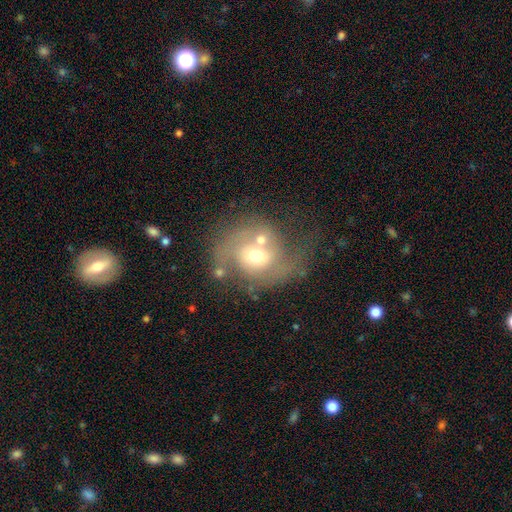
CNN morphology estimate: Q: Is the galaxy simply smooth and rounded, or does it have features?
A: featured or disk — 67%.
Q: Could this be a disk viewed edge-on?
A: no — 97%.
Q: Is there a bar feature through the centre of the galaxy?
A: no — 68%.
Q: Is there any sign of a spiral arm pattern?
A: yes — 81%.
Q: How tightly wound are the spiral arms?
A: medium — 45%.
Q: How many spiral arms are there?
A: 2 — 73%.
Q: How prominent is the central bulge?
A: moderate — 61%.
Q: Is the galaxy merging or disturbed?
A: none — 35%.